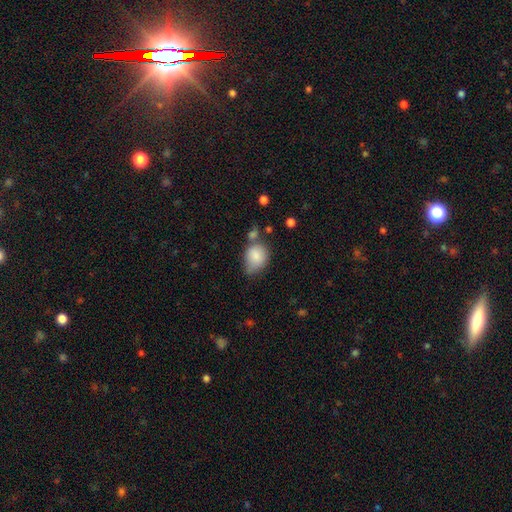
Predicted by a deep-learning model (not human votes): Smooth or featured? Predicted: smooth (p=0.83). How rounded? Predicted: in between (p=0.59). Merging? Predicted: none (p=0.37).